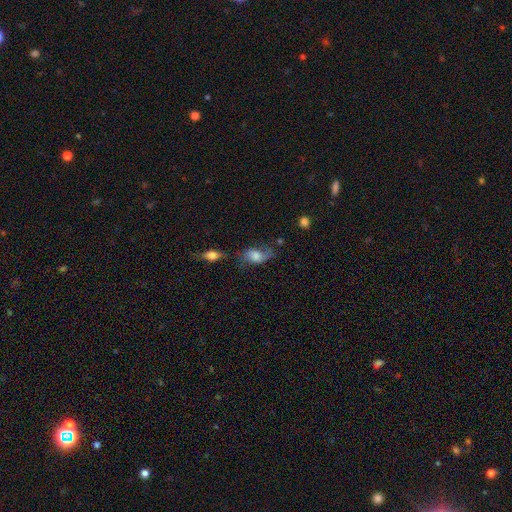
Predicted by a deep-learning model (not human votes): Smooth or featured? smooth (55%)
How rounded? in between (83%)
Merging? none (41%)